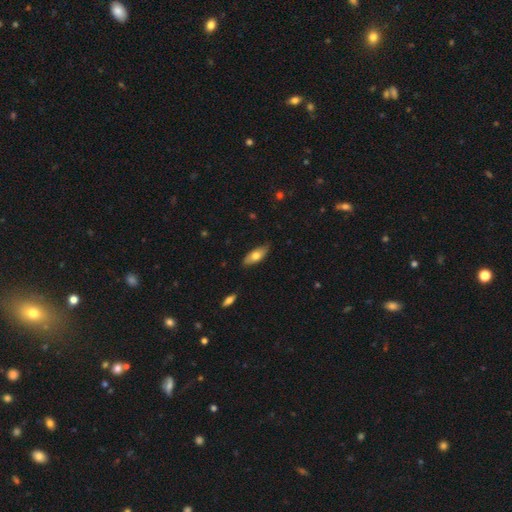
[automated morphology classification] Q: Smooth or featured?
A: smooth (67%); runner-up: featured or disk (27%)
Q: How rounded?
A: in between (76%); runner-up: cigar-shaped (21%)
Q: Merging?
A: none (79%); runner-up: minor disturbance (17%)